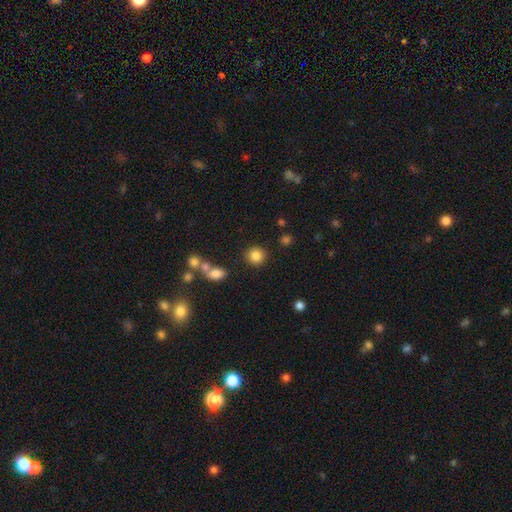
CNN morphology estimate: smooth 84%, star or artifact 10%, featured or disk 6%. Down the decision tree: how rounded — round (89%); merging — none (85%).